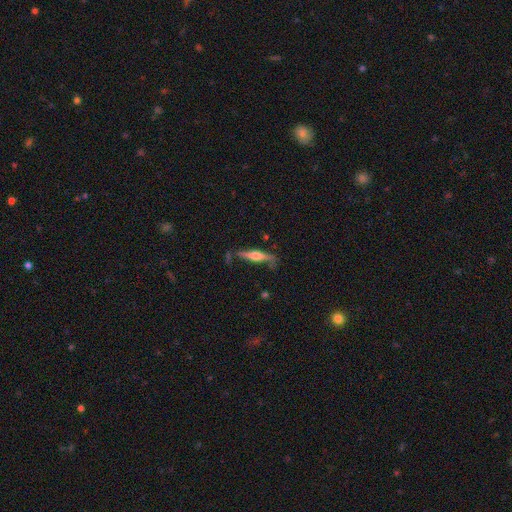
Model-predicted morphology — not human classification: A featured or disk galaxy (66%) viewed edge-on (94%) with a rounded central bulge (89%).

Vote fractions:
- Smooth or featured? featured or disk: 66% / smooth: 29% / star or artifact: 5%
- Edge-on disk? yes: 94% / no: 6%
- Edge-on bulge? rounded: 89% / boxy: 6% / none: 4%
- Merging? none: 71% / minor disturbance: 20% / major disturbance: 5% / merger: 4%